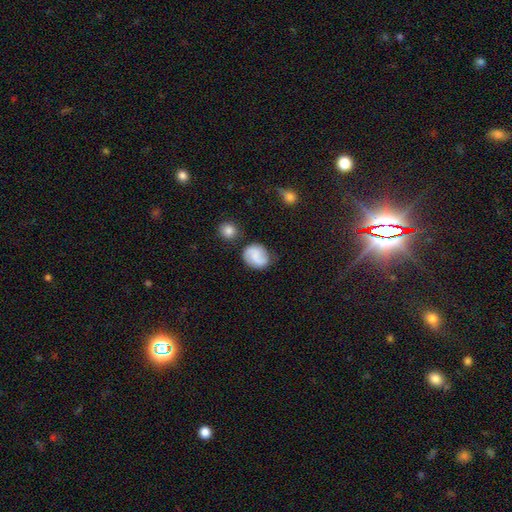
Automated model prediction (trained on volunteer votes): Q: Smooth or featured?
A: smooth (47%); runner-up: featured or disk (44%)
Q: Merging?
A: none (74%); runner-up: minor disturbance (16%)